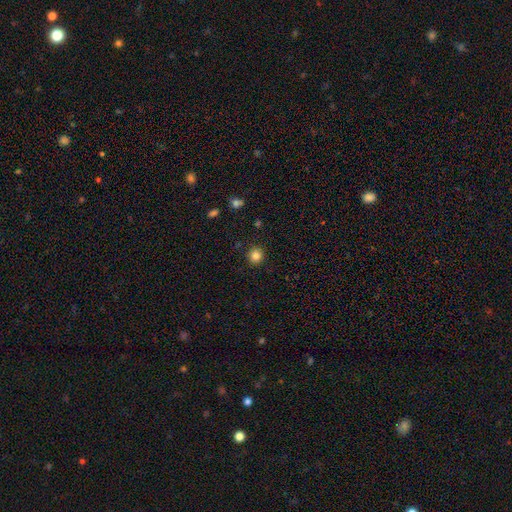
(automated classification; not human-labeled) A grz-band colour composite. It shows a smooth galaxy with no disk features (84%) that is round (92%). Merging: none (91%).